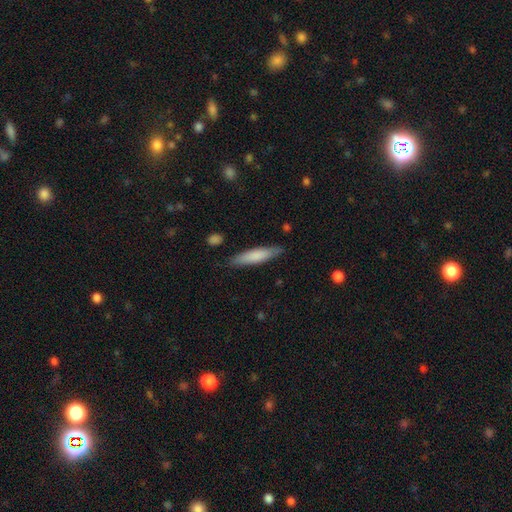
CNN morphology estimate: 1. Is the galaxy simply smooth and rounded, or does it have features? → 76% smooth, 18% featured or disk, 5% star or artifact.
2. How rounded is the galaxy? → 81% cigar-shaped, 18% in between, 1% round.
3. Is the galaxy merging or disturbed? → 85% none, 11% minor disturbance, 2% major disturbance, 1% merger.